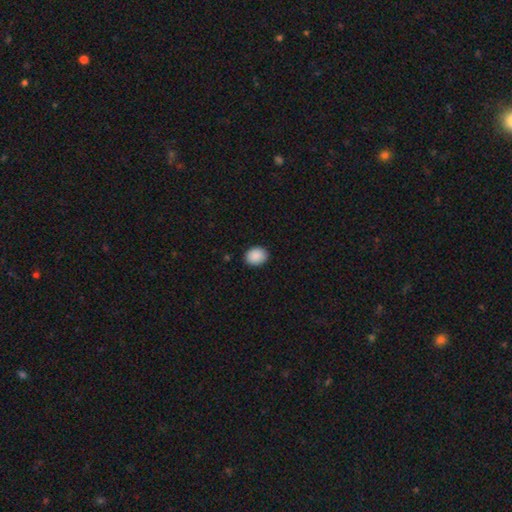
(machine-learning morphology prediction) Smooth or featured? smooth (90%)
How rounded? in between (50%)
Merging? none (89%)